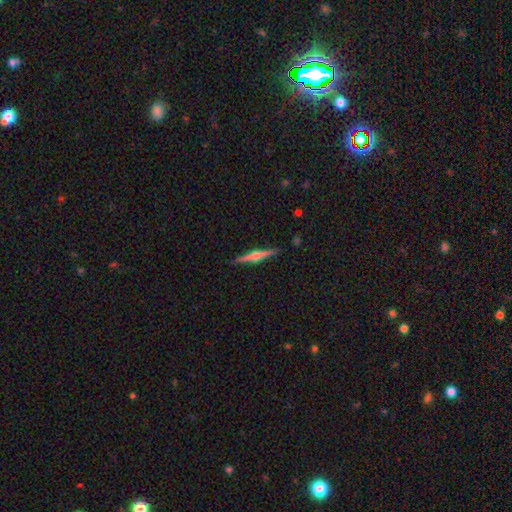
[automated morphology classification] smooth-or-featured: featured or disk: 78% | smooth: 17% | star or artifact: 6%
  disk-edge-on: yes: 98% | no: 2%
    edge-on-bulge: rounded: 92% | boxy: 5% | none: 3%
  merging: none: 91% | minor disturbance: 7% | major disturbance: 1% | merger: 1%